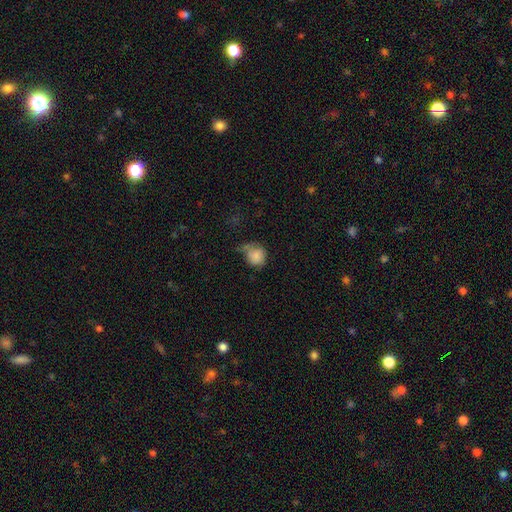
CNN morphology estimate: Overall: smooth (81%). How rounded: round (73%). Merging: none (39%; minor disturbance 33%).